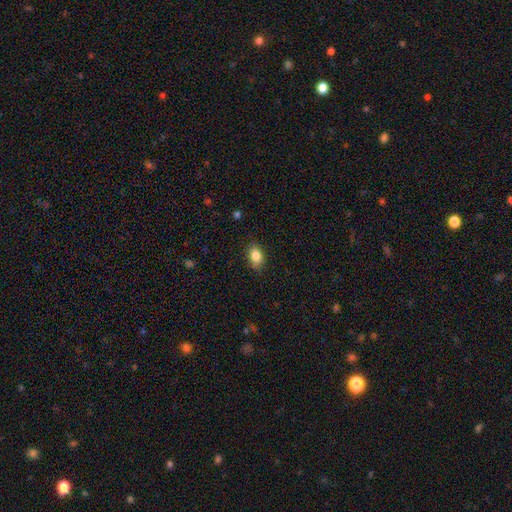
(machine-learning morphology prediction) A smooth galaxy with no disk features (85%) that is in between round and cigar-shaped (83%). Merging: none (83%).